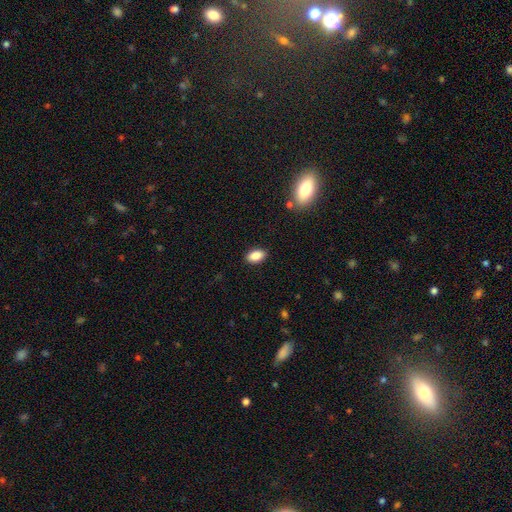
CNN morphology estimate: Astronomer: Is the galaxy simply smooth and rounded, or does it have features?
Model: smooth — 87%.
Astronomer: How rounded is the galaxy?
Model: in between — 92%.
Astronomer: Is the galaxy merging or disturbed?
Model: none — 88%.